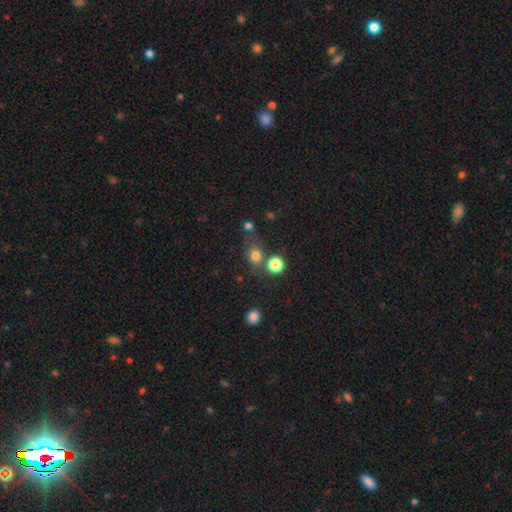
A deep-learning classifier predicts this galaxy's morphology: This is likely a smooth galaxy (74%). How rounded: likely round (71%). Merging: likely none (60%).